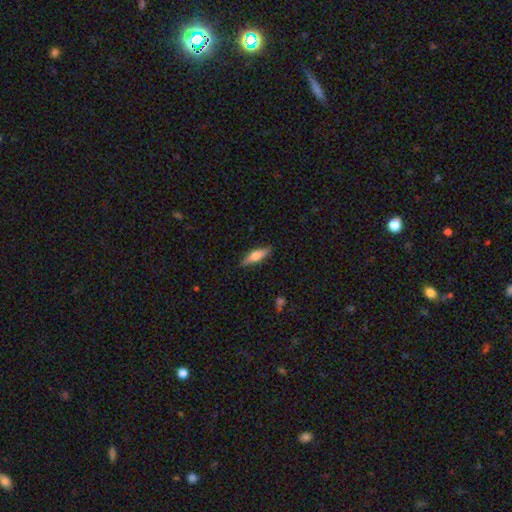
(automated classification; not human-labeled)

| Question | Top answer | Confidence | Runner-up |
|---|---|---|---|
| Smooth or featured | smooth | 57% | featured or disk (37%) |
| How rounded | cigar-shaped | 60% | in between (38%) |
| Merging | none | 86% | minor disturbance (11%) |